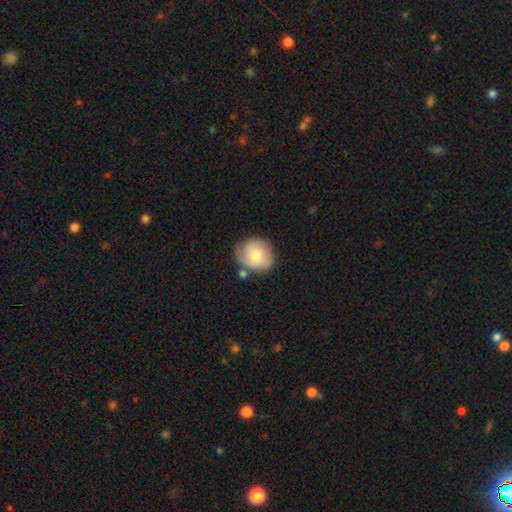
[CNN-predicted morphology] A smooth galaxy with no disk features (63%) that is round (78%). Merging: none (64%).